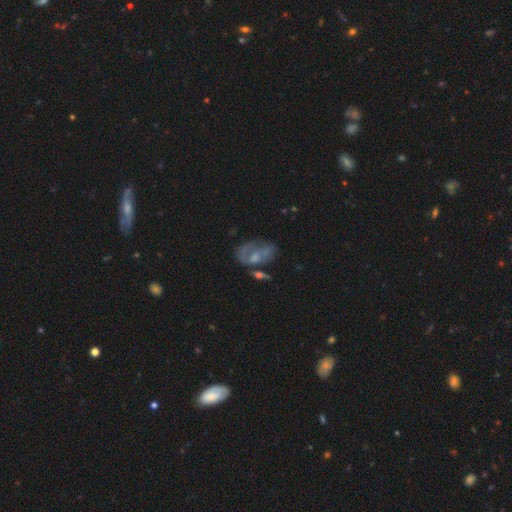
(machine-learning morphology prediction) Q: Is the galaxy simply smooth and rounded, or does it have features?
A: featured or disk — 51%.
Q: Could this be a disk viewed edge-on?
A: no — 95%.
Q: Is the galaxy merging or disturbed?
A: none — 36%.